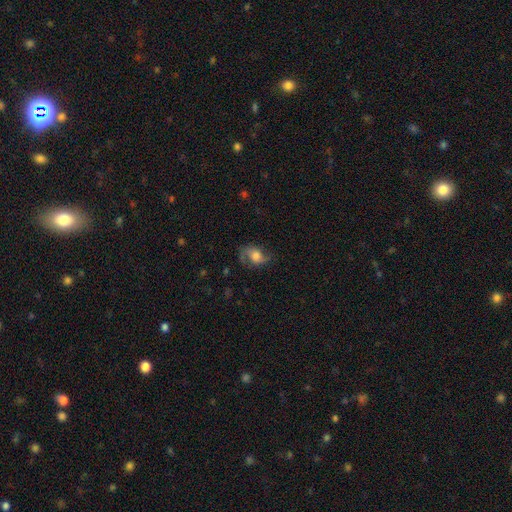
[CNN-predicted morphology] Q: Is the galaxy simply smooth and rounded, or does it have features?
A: featured or disk — 52%.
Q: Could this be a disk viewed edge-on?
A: no — 96%.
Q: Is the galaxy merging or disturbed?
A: none — 57%.